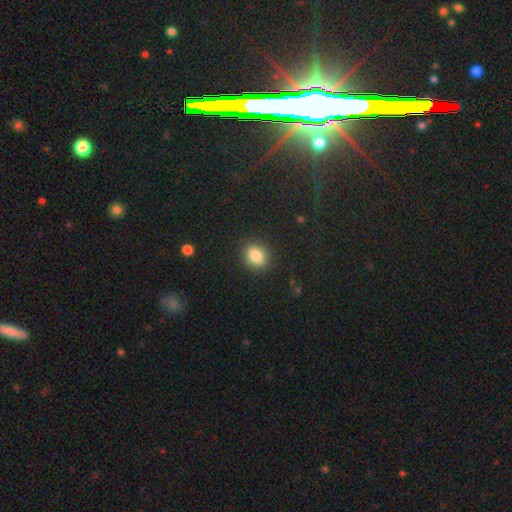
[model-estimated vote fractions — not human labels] This is clearly a smooth galaxy (85%). How rounded: possibly round (52%). Merging: clearly none (86%).